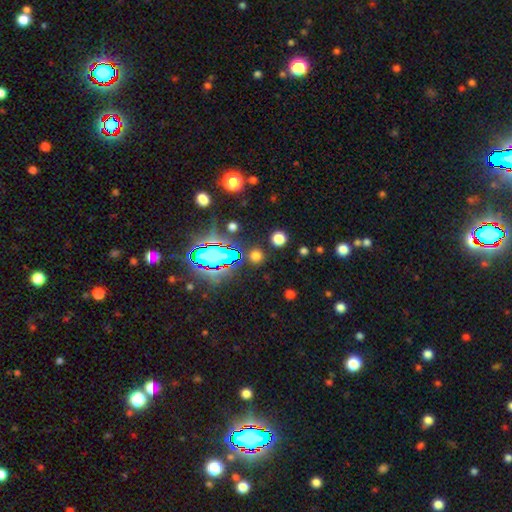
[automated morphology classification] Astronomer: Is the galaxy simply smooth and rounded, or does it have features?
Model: smooth — 62%.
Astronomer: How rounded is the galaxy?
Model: round — 91%.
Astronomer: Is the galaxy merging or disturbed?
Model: none — 86%.